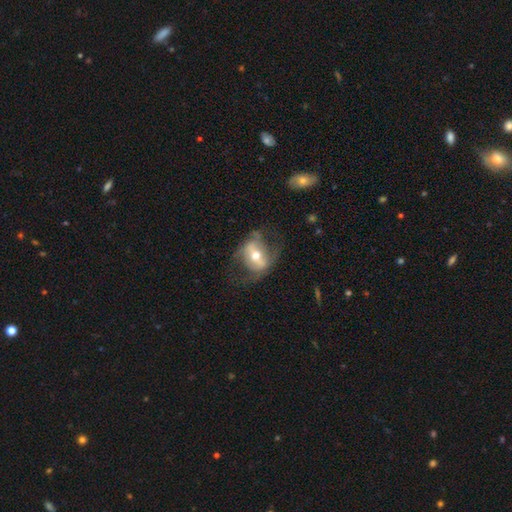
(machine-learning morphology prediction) Smooth or featured: featured or disk — 67% (smooth — 26%)
Edge-on disk: no — 91% (yes — 9%)
Bar: strong — 45% (weak — 30%)
Spiral arms: yes — 60% (no — 40%)
Bulge size: moderate — 69% (small — 21%)
Merging: none — 54% (major disturbance — 24%)